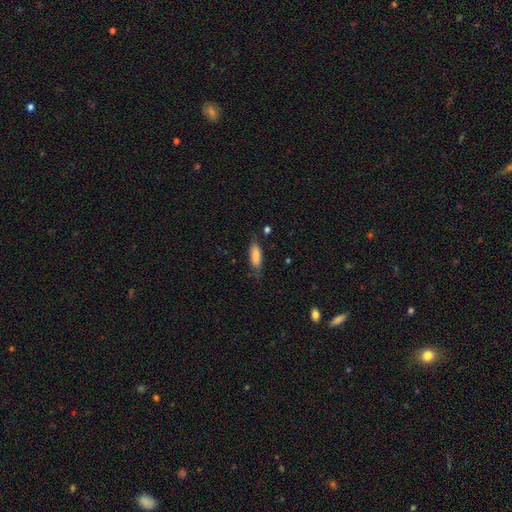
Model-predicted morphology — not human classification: A smooth galaxy with no disk features (82%) that is in between round and cigar-shaped (57%).

Vote fractions:
- Smooth or featured? smooth: 82% / featured or disk: 12% / star or artifact: 7%
- How rounded? in between: 57% / cigar-shaped: 42% / round: 2%
- Merging? none: 70% / minor disturbance: 22% / major disturbance: 6% / merger: 2%